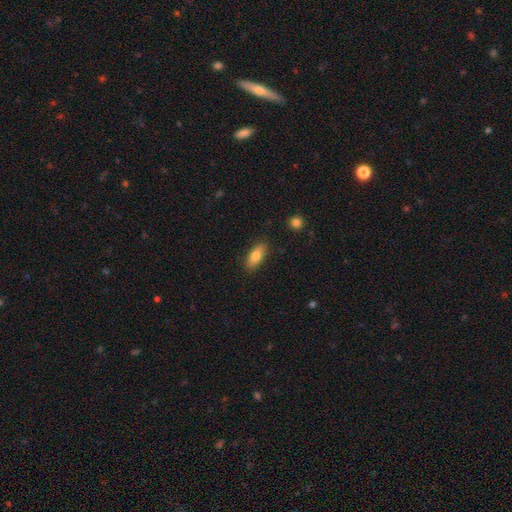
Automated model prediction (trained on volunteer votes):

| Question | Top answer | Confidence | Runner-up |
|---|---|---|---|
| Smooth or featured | smooth | 79% | featured or disk (14%) |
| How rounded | in between | 83% | cigar-shaped (14%) |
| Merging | none | 86% | minor disturbance (10%) |